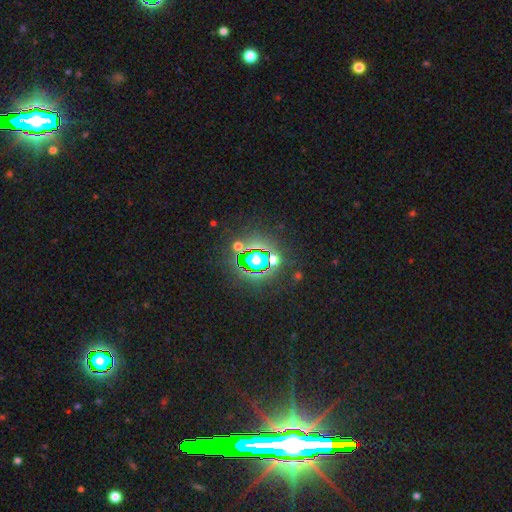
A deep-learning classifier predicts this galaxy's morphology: A star or artifact, not a galaxy (68%).

Vote fractions:
- Smooth or featured? star or artifact: 68% / smooth: 21% / featured or disk: 10%